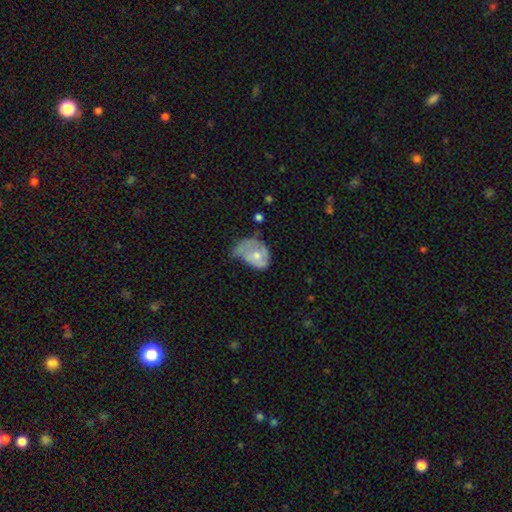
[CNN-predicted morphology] smooth_or_featured: smooth (p=0.48) [alt: featured or disk p=0.45]
merging: major disturbance (p=0.38) [alt: minor disturbance p=0.36]